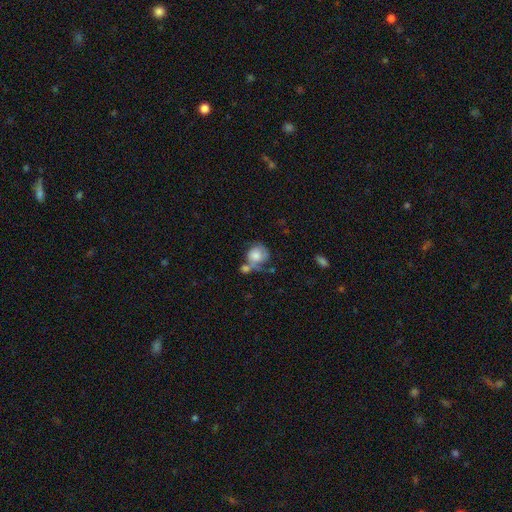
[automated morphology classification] This is likely a smooth galaxy (62%). How rounded: likely round (73%). Merging: marginally merger (34%).